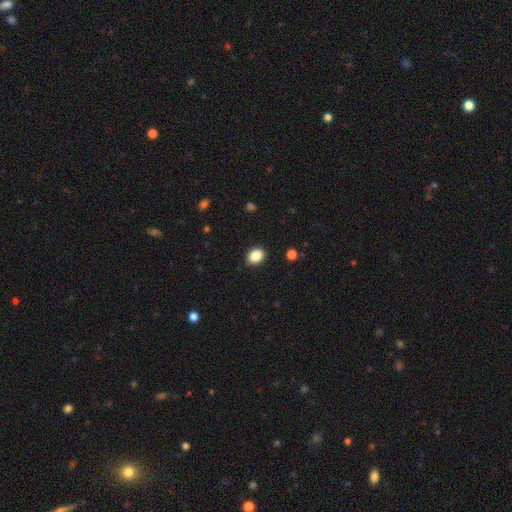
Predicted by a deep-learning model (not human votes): Morphology: type=smooth (87%); roundness=in between (63%); merging=none (86%).